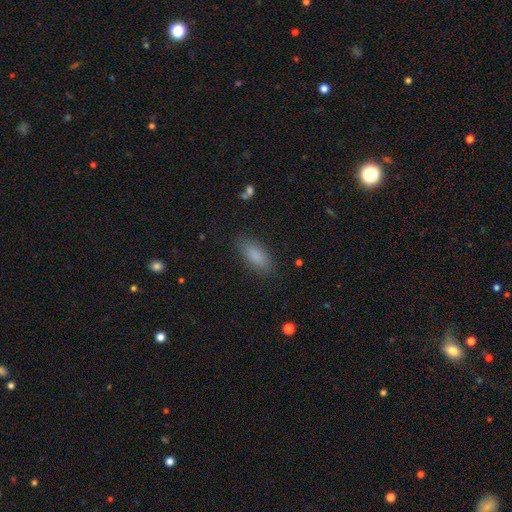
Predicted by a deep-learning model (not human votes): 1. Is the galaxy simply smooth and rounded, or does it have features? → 86% smooth, 8% star or artifact, 6% featured or disk.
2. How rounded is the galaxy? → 79% in between, 19% cigar-shaped, 2% round.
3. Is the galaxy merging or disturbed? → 86% none, 10% minor disturbance, 3% major disturbance, 1% merger.